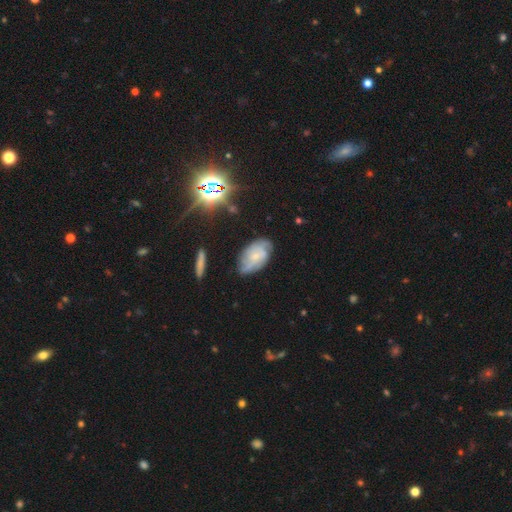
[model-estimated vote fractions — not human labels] Morphology: type=featured or disk (68%); edge-on=no (95%); bar=no (67%); spiral arms=yes (88%); winding=tight (46%); arm count=can't tell (39%); bulge=small (73%); merging=none (69%).